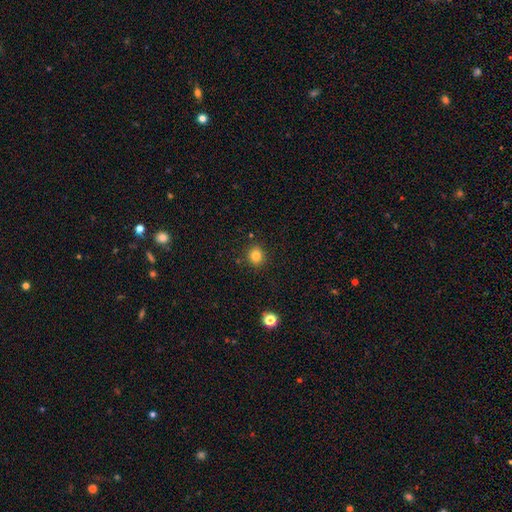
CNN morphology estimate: This appears to be a smooth galaxy with no disk features (82%) that is round (81%). Merging: none (88%).